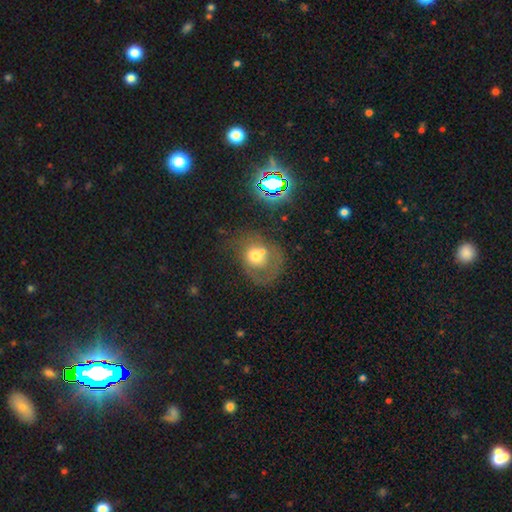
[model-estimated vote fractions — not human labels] Smooth or featured? smooth (54%)
How rounded? round (60%)
Merging? none (32%)